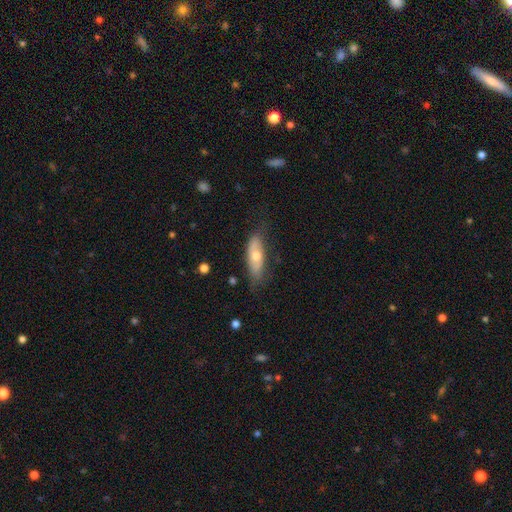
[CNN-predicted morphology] Smooth or featured? smooth (58%)
How rounded? in between (69%)
Merging? none (67%)